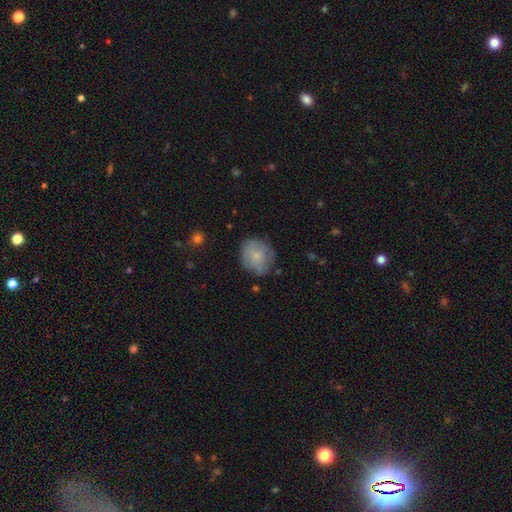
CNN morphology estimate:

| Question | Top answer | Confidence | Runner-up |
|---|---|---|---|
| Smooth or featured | smooth | 71% | featured or disk (21%) |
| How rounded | round | 75% | in between (24%) |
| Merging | none | 69% | minor disturbance (22%) |